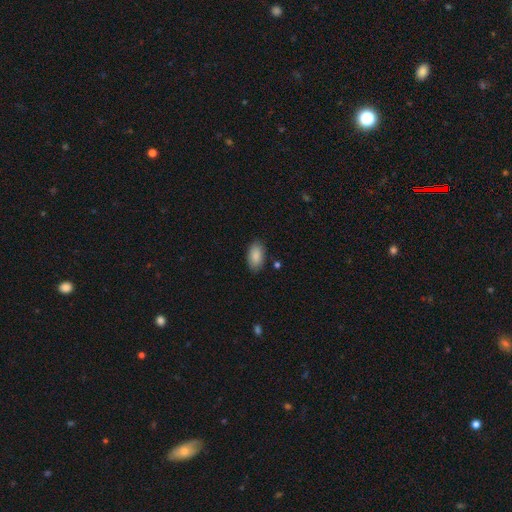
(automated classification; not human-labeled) A smooth galaxy with no disk features (88%) that is in between round and cigar-shaped (94%).

Vote fractions:
- Smooth or featured? smooth: 88% / star or artifact: 7% / featured or disk: 5%
- How rounded? in between: 94% / round: 4% / cigar-shaped: 3%
- Merging? none: 85% / minor disturbance: 11% / major disturbance: 2% / merger: 1%